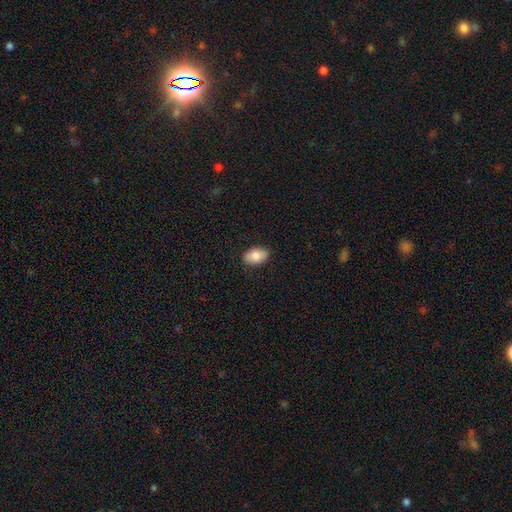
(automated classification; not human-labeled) A smooth galaxy with no disk features (83%) that is in between round and cigar-shaped (89%).

Vote fractions:
- Smooth or featured? smooth: 83% / featured or disk: 10% / star or artifact: 7%
- How rounded? in between: 89% / round: 10% / cigar-shaped: 1%
- Merging? none: 86% / minor disturbance: 11% / major disturbance: 2% / merger: 1%